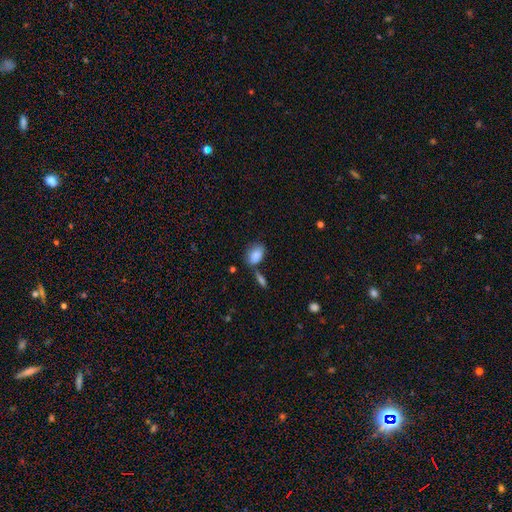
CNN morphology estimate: This is clearly a smooth galaxy (85%). How rounded: clearly in between (87%). Merging: possibly none (55%).